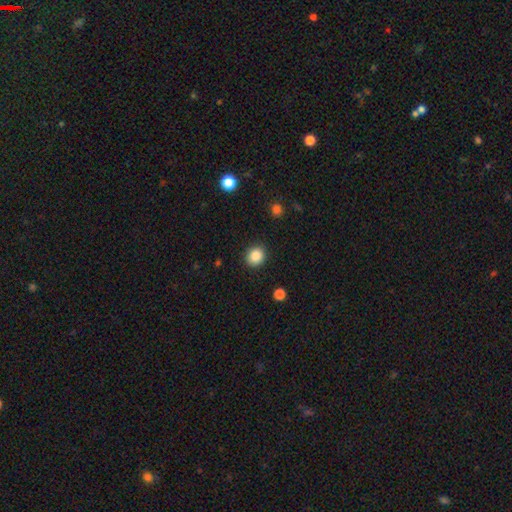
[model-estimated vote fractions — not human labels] Smooth or featured?
  - smooth: 86% *
  - star or artifact: 9%
  - featured or disk: 5%
How rounded?
  - round: 76% *
  - in between: 24%
  - cigar-shaped: 1%
Merging?
  - none: 90% *
  - minor disturbance: 7%
  - major disturbance: 2%
  - merger: 1%